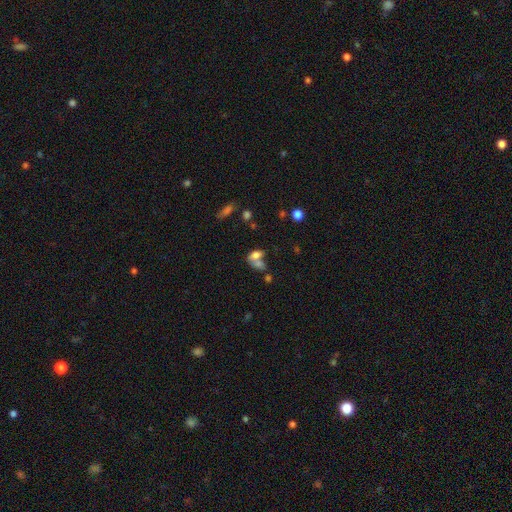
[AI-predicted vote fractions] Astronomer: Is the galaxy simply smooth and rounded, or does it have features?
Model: smooth — 70%.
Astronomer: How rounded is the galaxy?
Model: in between — 81%.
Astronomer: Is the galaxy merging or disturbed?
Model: merger — 55%.